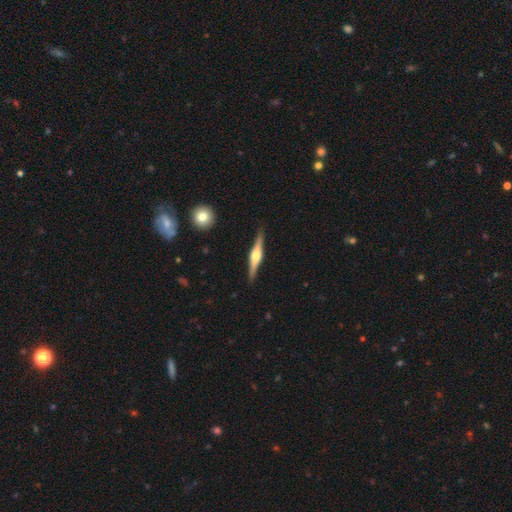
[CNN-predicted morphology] A featured or disk galaxy (78%) viewed edge-on (98%) with a rounded central bulge (91%). Merging: none (90%).